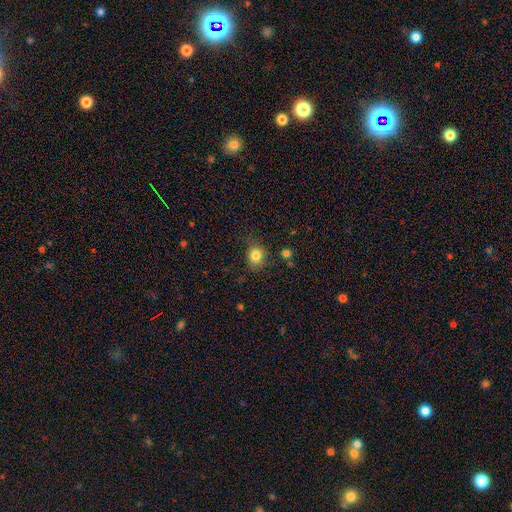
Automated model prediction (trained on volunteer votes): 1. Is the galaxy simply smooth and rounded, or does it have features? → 81% smooth, 11% star or artifact, 7% featured or disk.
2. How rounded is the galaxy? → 71% round, 28% in between, 1% cigar-shaped.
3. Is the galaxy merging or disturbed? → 72% none, 19% minor disturbance, 5% major disturbance, 3% merger.